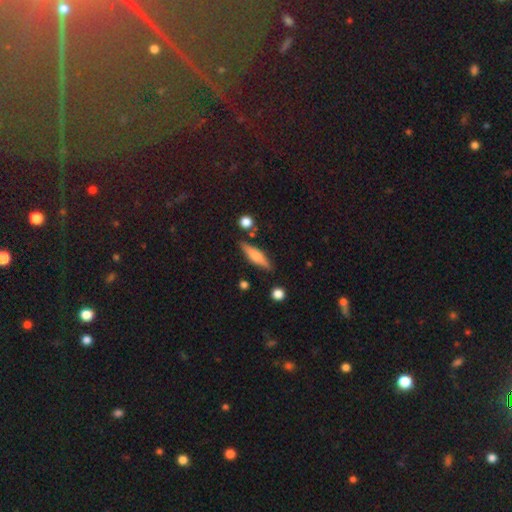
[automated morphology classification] The model was most divided on "smooth or featured": smooth: 58%, featured or disk: 35%, star or artifact: 7%. More confident: merging — none (82%); how rounded — cigar-shaped (70%).